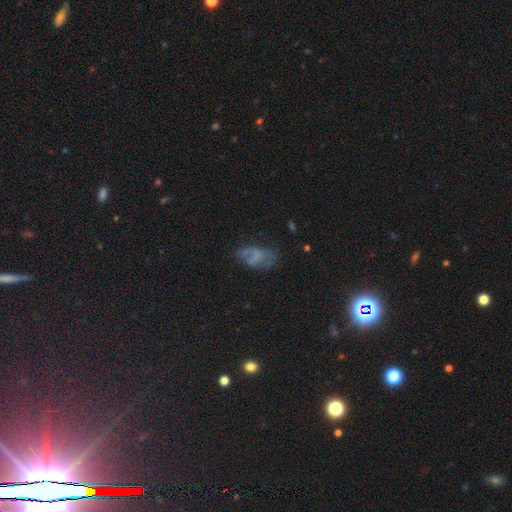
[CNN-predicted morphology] The model was most divided on "smooth or featured": featured or disk: 43%, smooth: 38%, star or artifact: 19%. Remaining: merging — none (42%).